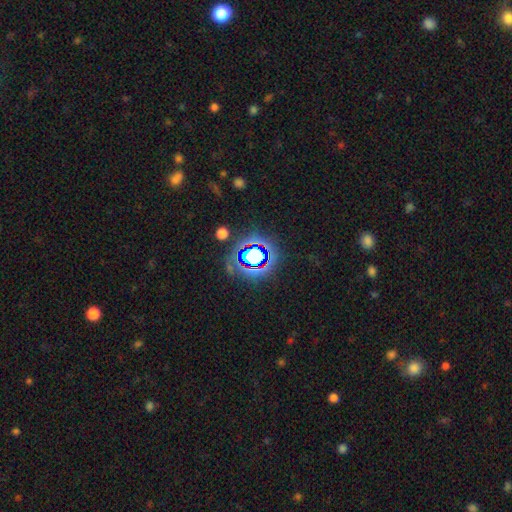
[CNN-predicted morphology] Overall: star or artifact (73%).